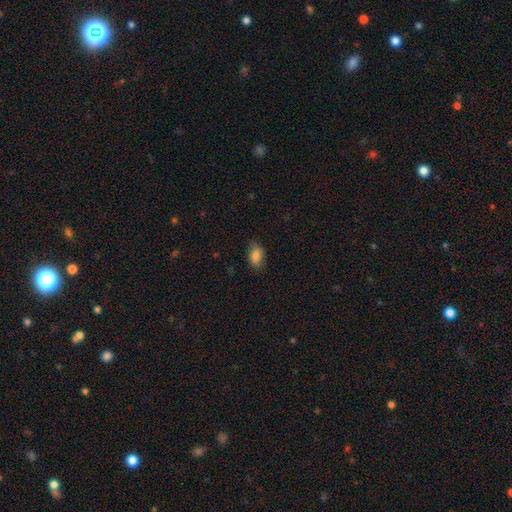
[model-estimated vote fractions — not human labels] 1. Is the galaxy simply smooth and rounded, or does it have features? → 82% smooth, 10% featured or disk, 8% star or artifact.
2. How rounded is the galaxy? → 91% in between, 6% round, 3% cigar-shaped.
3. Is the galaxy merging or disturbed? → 78% none, 18% minor disturbance, 4% major disturbance, 1% merger.